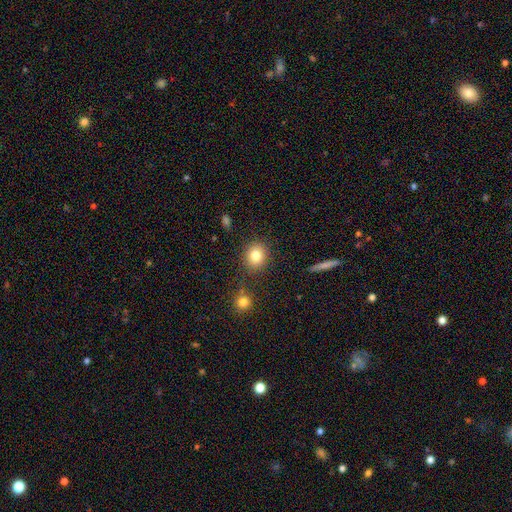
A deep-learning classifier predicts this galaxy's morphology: smooth 81%, star or artifact 11%, featured or disk 8%. Down the decision tree: how rounded — round (79%); merging — none (84%).